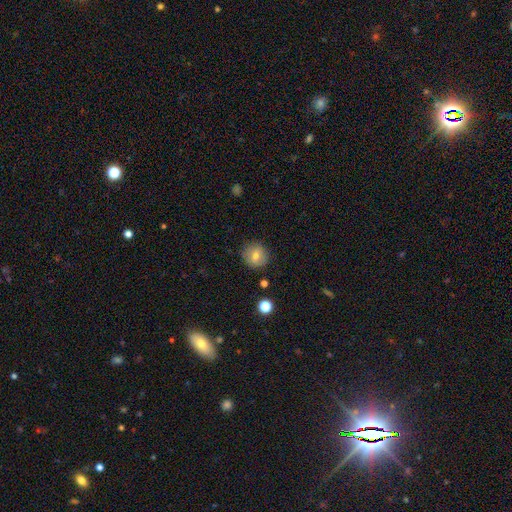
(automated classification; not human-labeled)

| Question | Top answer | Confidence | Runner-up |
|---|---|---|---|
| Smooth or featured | smooth | 72% | featured or disk (18%) |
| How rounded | round | 90% | in between (9%) |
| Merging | none | 87% | minor disturbance (9%) |